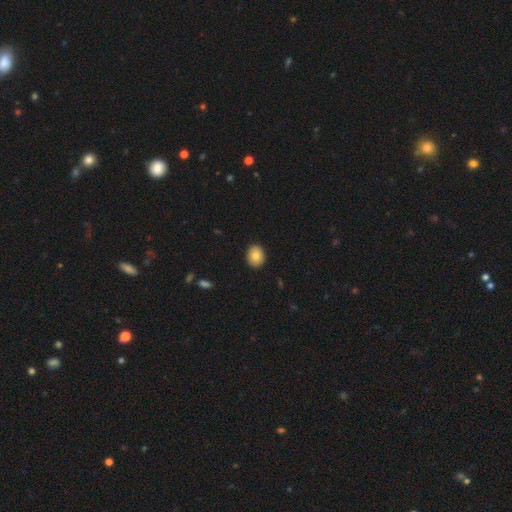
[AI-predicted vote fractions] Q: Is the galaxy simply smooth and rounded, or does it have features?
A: smooth — 83%.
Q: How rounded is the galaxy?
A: in between — 52%.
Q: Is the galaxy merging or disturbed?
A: none — 91%.